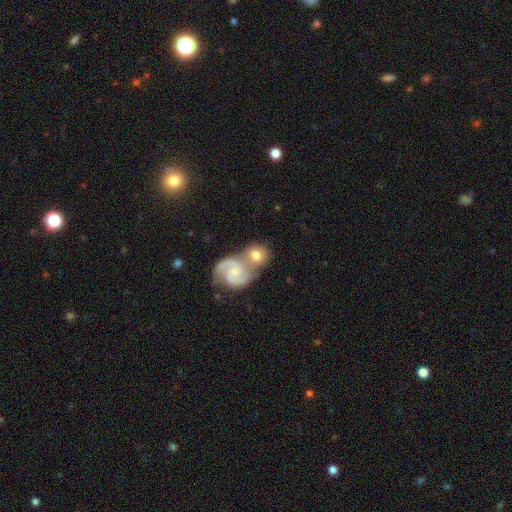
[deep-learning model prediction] This is likely a featured or disk galaxy (64%). It is clearly not viewed edge-on (96%). Bar: possibly no (55%). Spiral arm pattern: clearly yes (94%). Spiral arm count: clearly 2 (87%). Spiral winding: possibly medium (53%). Central bulge: possibly small (55%). Merging: possibly merger (49%).